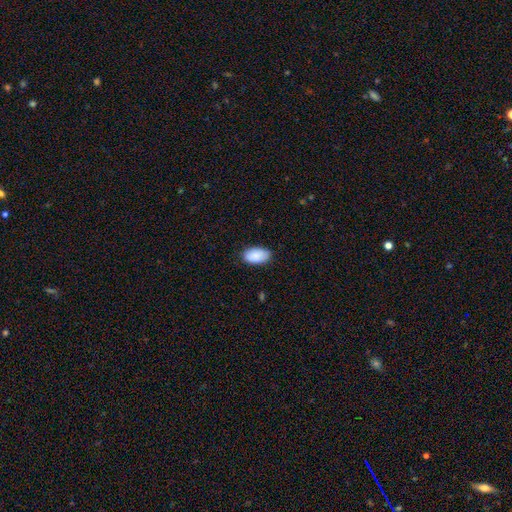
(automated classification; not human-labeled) Morphology: type=smooth (90%); roundness=in between (95%); merging=none (82%).